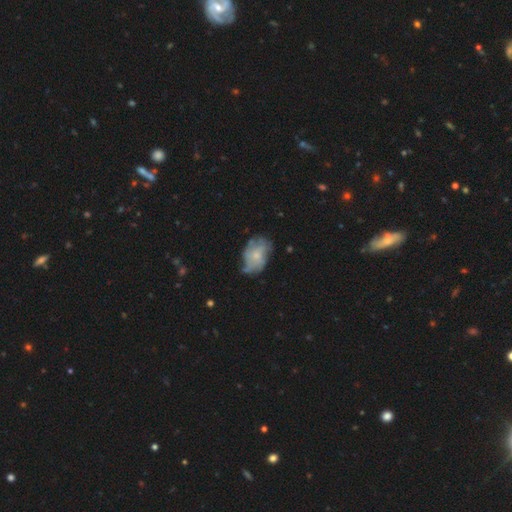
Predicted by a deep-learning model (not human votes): smooth-or-featured: featured or disk: 54% | smooth: 38% | star or artifact: 8%
  disk-edge-on: no: 97% | yes: 3%
    bar: no: 80% | weak: 17% | strong: 2%
    has-spiral-arms: yes: 54% | no: 46%
    bulge-size: small: 55% | moderate: 34% | none: 8% | large: 2% | dominant: 1%
  merging: none: 50% | minor disturbance: 30% | major disturbance: 17% | merger: 3%